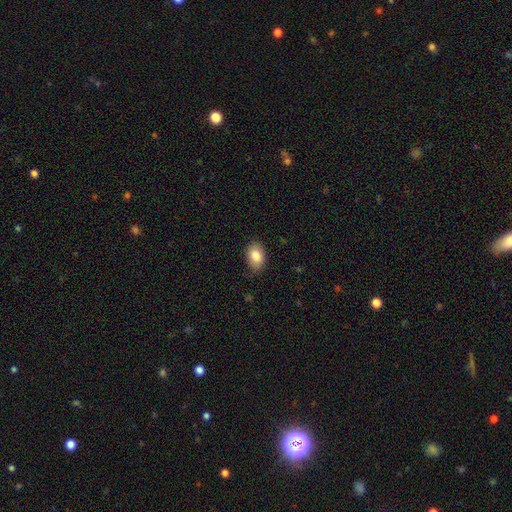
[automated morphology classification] A smooth galaxy with no disk features (84%) that is in between round and cigar-shaped (85%). Merging: none (80%).